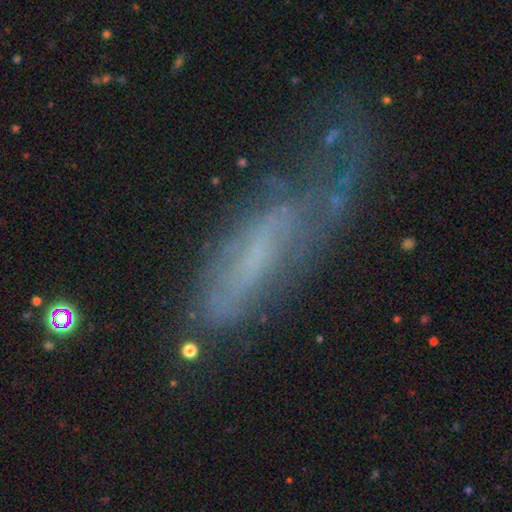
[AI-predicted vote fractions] smooth_or_featured: featured or disk (p=0.54) [alt: smooth p=0.32]
disk_edge_on: no (p=0.69) [alt: yes p=0.31]
merging: none (p=0.36) [alt: major disturbance p=0.32]